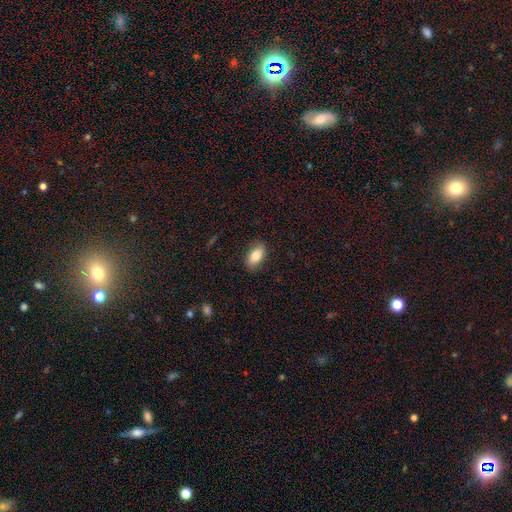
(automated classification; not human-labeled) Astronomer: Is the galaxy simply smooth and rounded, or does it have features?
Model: smooth — 80%.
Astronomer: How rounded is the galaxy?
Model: in between — 91%.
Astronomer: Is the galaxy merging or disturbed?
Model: none — 85%.